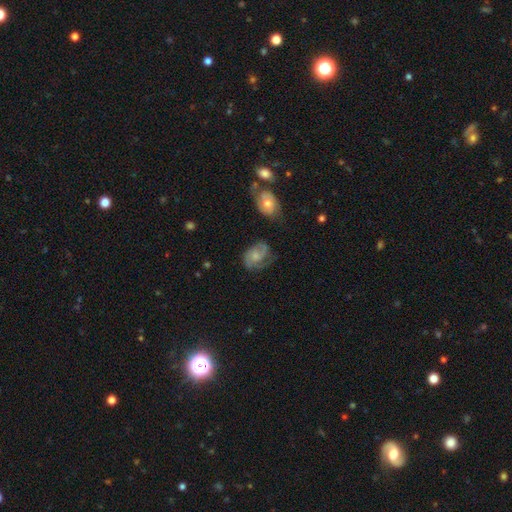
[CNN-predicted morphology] This is possibly a featured or disk galaxy (58%). It is clearly not viewed edge-on (97%). Bar: likely no (68%). Spiral arm pattern: clearly yes (85%). Central bulge: marginally moderate (42%). Merging: possibly none (55%).